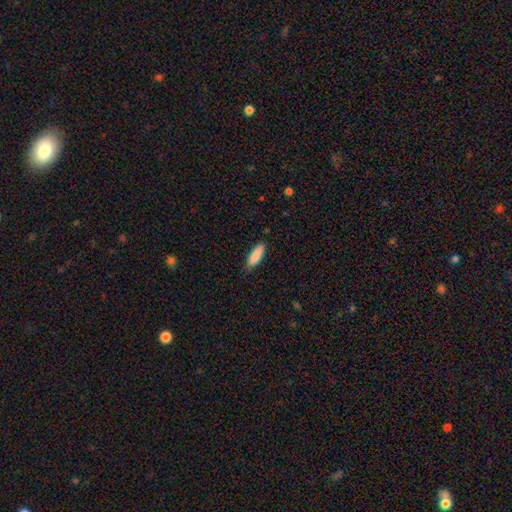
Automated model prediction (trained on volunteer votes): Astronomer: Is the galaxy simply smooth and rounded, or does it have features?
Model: smooth — 87%.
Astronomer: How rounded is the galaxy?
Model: in between — 55% (runner-up: cigar-shaped, 44%).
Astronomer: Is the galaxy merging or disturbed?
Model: none — 83%.